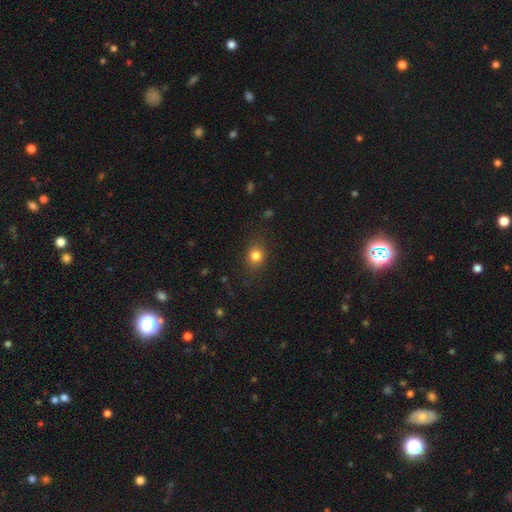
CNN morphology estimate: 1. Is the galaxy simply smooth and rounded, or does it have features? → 81% smooth, 12% star or artifact, 6% featured or disk.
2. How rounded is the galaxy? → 71% round, 28% in between, 1% cigar-shaped.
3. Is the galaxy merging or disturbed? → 85% none, 10% minor disturbance, 4% major disturbance, 1% merger.